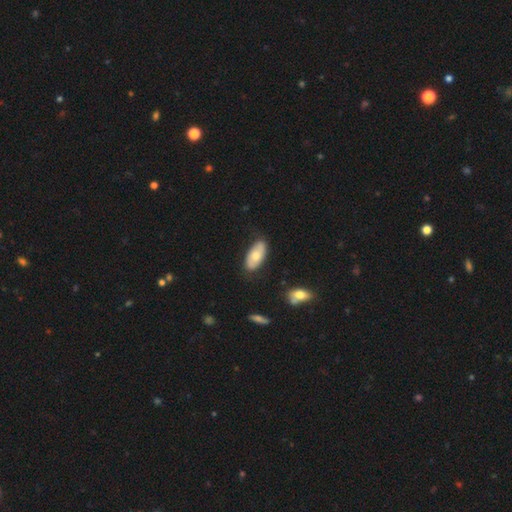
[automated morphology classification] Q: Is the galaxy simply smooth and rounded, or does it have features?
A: smooth — 64%.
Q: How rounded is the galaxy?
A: in between — 91%.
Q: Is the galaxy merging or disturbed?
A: none — 79%.